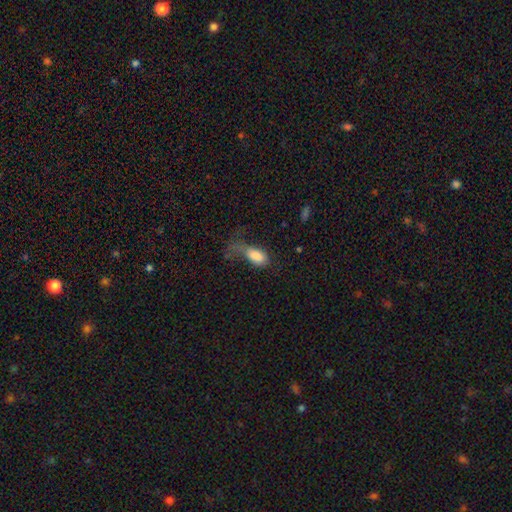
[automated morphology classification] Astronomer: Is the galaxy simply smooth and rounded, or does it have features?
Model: smooth — 80%.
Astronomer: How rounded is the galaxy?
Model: in between — 90%.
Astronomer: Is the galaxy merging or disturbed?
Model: major disturbance — 54%.